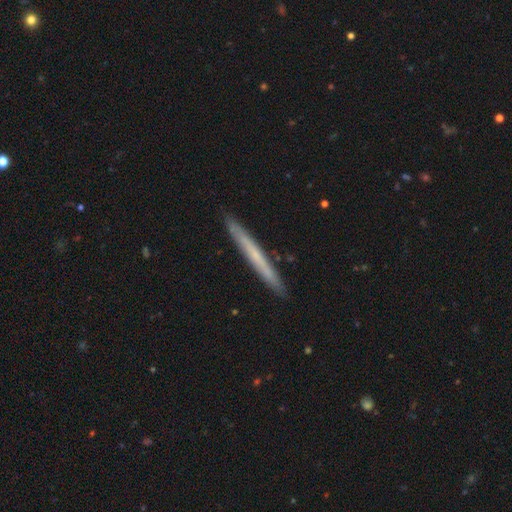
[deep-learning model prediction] Smooth or featured? featured or disk (47%, tied with smooth)
Merging? none (91%)